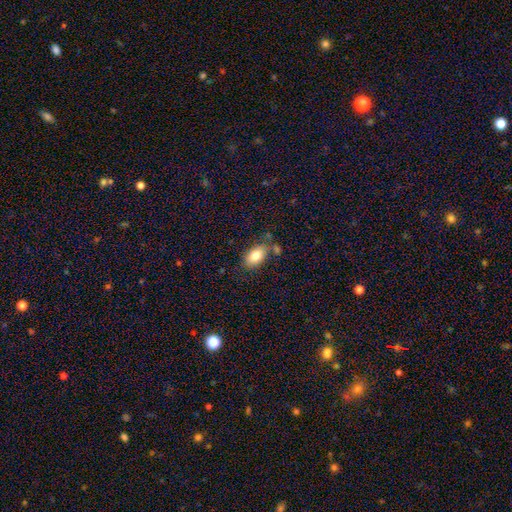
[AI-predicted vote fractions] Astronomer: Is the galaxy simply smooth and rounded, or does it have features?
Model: smooth — 81%.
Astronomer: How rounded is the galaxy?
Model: in between — 91%.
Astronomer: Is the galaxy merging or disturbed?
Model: none — 69%.